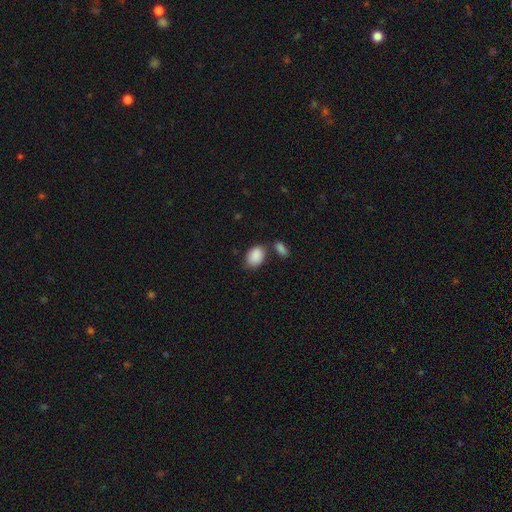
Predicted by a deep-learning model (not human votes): Smooth or featured?
  - smooth: 89% *
  - star or artifact: 7%
  - featured or disk: 4%
How rounded?
  - in between: 84% *
  - round: 15%
  - cigar-shaped: 1%
Merging?
  - none: 62% *
  - merger: 17%
  - minor disturbance: 16%
  - major disturbance: 5%